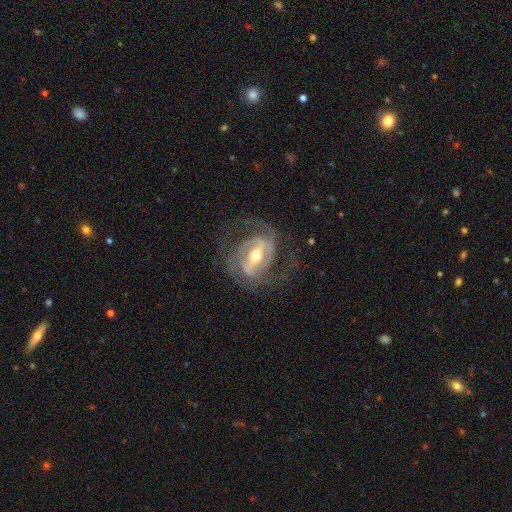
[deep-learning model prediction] featured or disk 91%, star or artifact 5%, smooth 4%. Down the decision tree: edge-on disk — no (96%); bar — strong (64%); spiral arms — yes (96%); spiral arm count — 2 (61%); spiral winding — medium (53%); bulge size — moderate (63%); merging — none (68%).